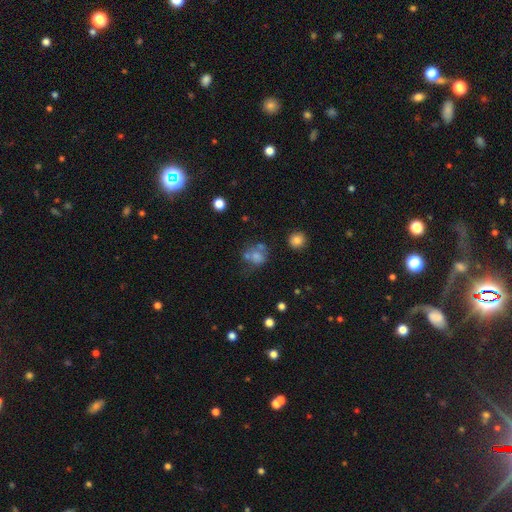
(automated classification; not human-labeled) smooth_or_featured: smooth (p=0.66) [alt: featured or disk p=0.18]
how_rounded: round (p=0.70) [alt: in between p=0.29]
merging: none (p=0.41) [alt: merger p=0.25]